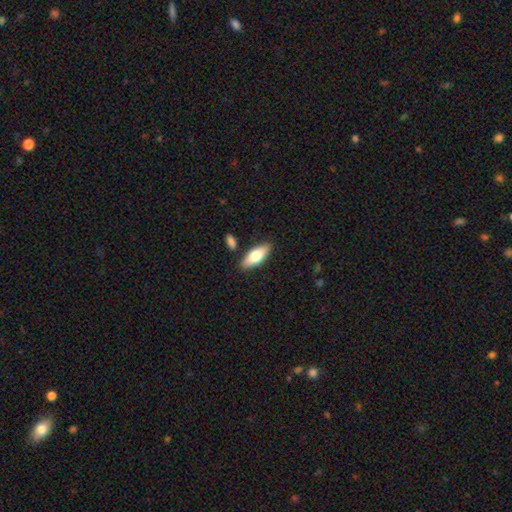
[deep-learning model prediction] Overall: smooth (72%). How rounded: in between (75%). Merging: none (83%).